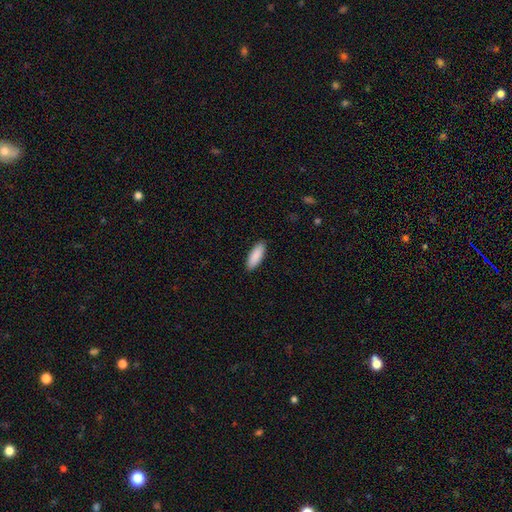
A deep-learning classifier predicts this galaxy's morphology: A smooth galaxy with no disk features (91%) that is in between round and cigar-shaped (68%).

Vote fractions:
- Smooth or featured? smooth: 91% / star or artifact: 5% / featured or disk: 4%
- How rounded? in between: 68% / cigar-shaped: 31% / round: 1%
- Merging? none: 90% / minor disturbance: 7% / major disturbance: 2% / merger: 1%